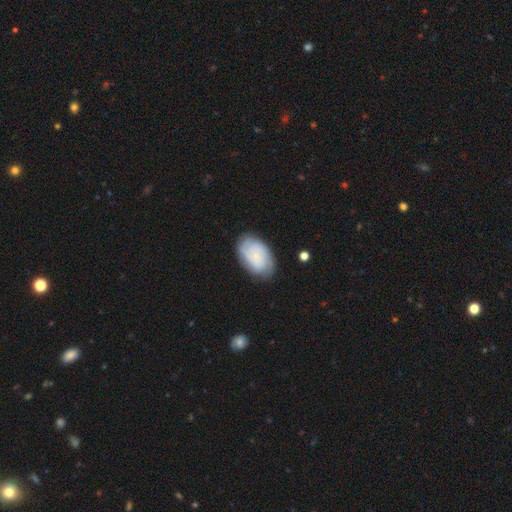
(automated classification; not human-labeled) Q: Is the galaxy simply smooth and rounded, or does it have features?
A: featured or disk — 47%.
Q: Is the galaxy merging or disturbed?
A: none — 77%.